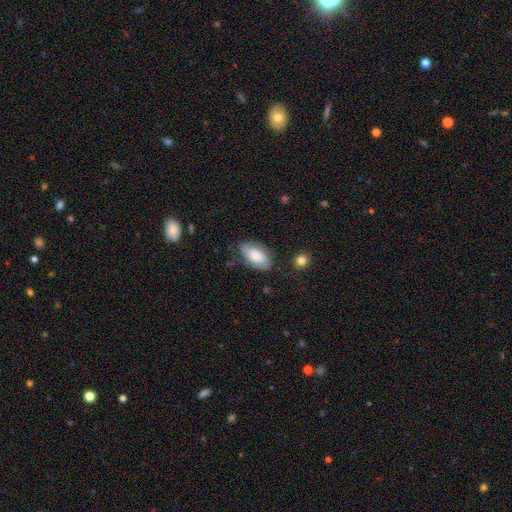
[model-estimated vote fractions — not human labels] This is likely a smooth galaxy (68%). How rounded: clearly in between (94%). Merging: likely none (68%).